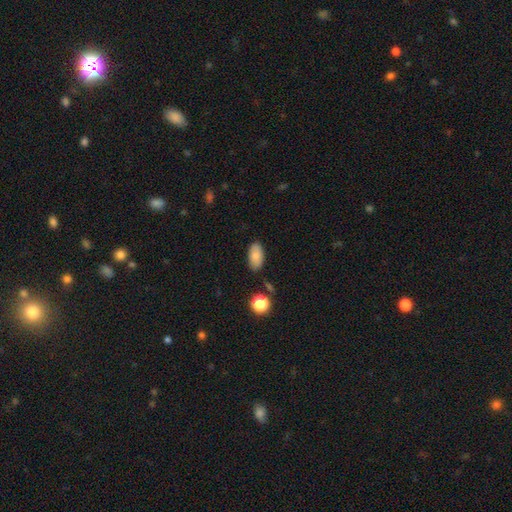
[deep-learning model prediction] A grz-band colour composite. It shows a smooth galaxy with no disk features (82%) that is in between round and cigar-shaped (92%). Merging: none (81%).